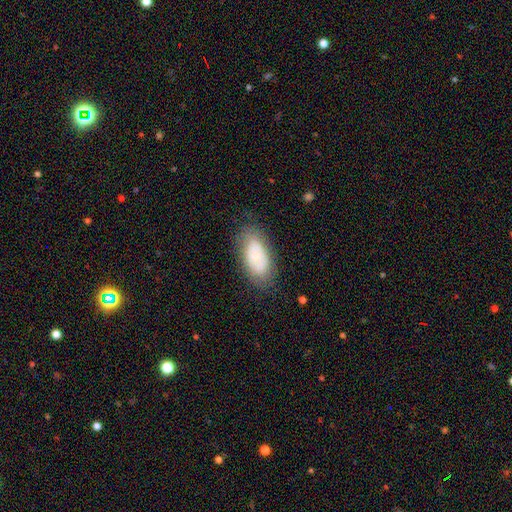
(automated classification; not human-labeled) A smooth galaxy with no disk features (63%) that is in between round and cigar-shaped (91%).

Vote fractions:
- Smooth or featured? smooth: 63% / featured or disk: 28% / star or artifact: 9%
- How rounded? in between: 91% / cigar-shaped: 6% / round: 4%
- Merging? none: 76% / minor disturbance: 17% / major disturbance: 5% / merger: 1%